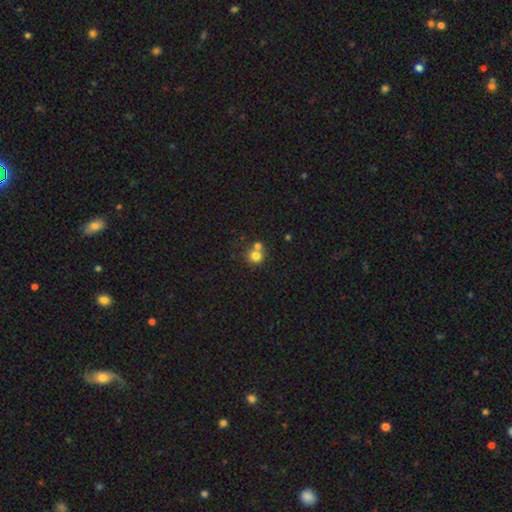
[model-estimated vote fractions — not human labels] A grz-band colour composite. It shows a smooth galaxy with no disk features (77%) that is round (86%). Merging: none (48%).